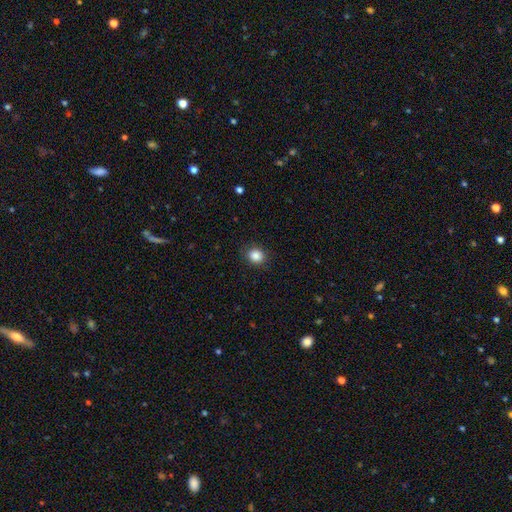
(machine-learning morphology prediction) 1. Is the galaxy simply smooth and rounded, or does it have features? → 86% smooth, 10% star or artifact, 4% featured or disk.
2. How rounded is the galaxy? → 74% round, 25% in between, 1% cigar-shaped.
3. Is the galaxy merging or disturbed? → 88% none, 8% minor disturbance, 2% major disturbance, 1% merger.